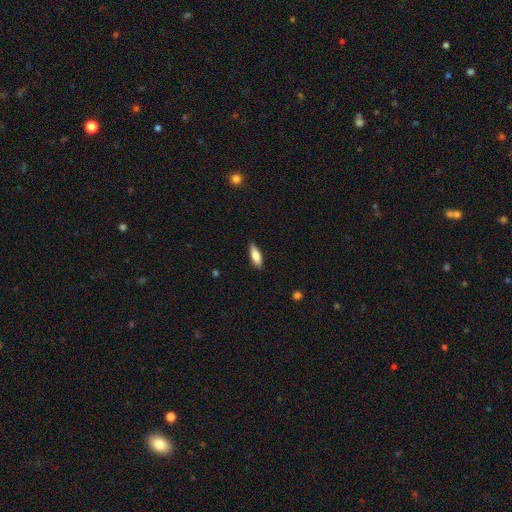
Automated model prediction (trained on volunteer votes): Smooth or featured: smooth — 77% (featured or disk — 17%)
How rounded: in between — 61% (cigar-shaped — 37%)
Merging: none — 86% (minor disturbance — 11%)